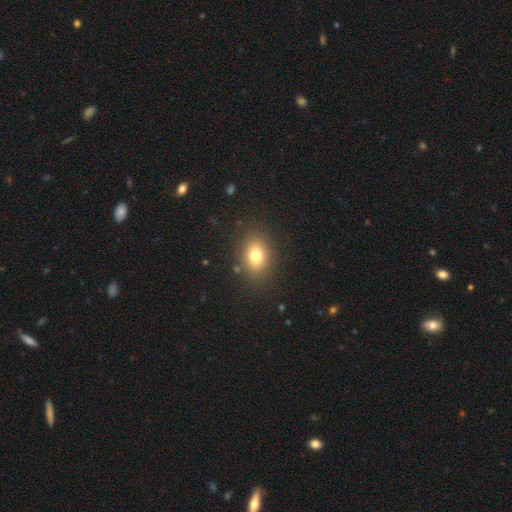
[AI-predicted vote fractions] Smooth or featured?
  - smooth: 77% *
  - star or artifact: 12%
  - featured or disk: 11%
How rounded?
  - in between: 65% *
  - round: 34%
  - cigar-shaped: 1%
Merging?
  - none: 85% *
  - minor disturbance: 9%
  - major disturbance: 4%
  - merger: 2%